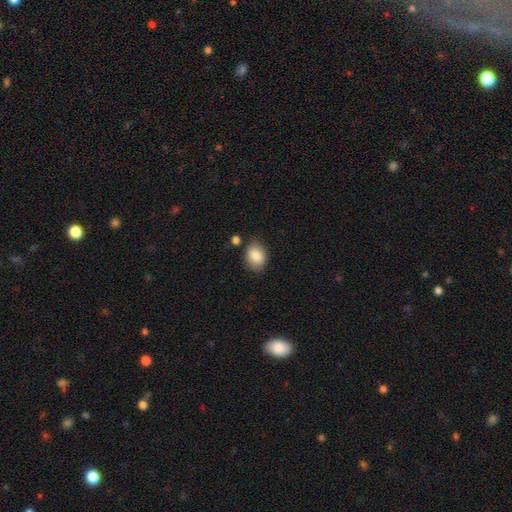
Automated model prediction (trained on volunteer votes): A smooth galaxy with no disk features (84%) that is in between round and cigar-shaped (71%). Merging: none (78%).